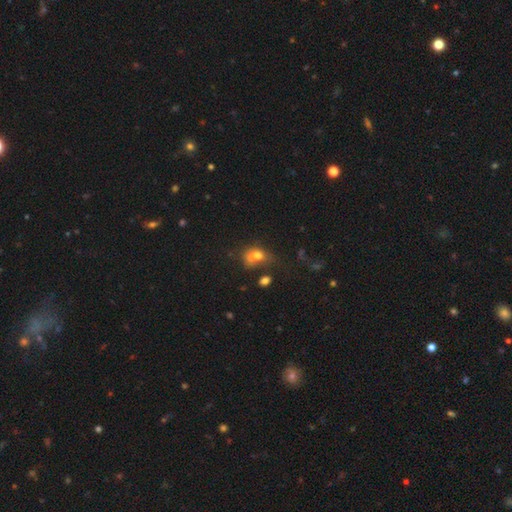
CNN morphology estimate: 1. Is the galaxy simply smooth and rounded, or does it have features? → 66% smooth, 19% featured or disk, 15% star or artifact.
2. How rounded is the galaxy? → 70% in between, 27% round, 3% cigar-shaped.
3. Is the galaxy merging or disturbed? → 36% merger, 26% none, 20% major disturbance, 18% minor disturbance.